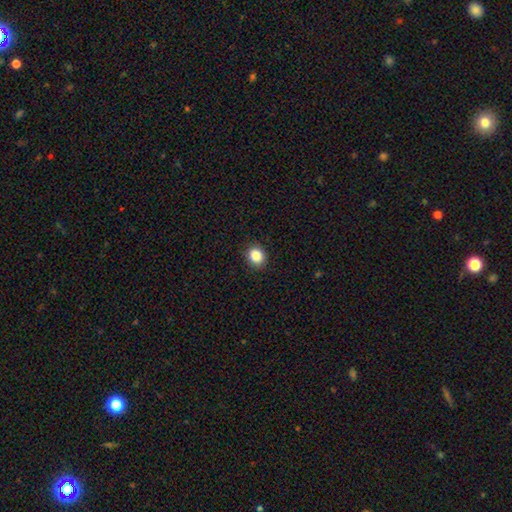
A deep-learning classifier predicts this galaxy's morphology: Smooth or featured? smooth (86%)
How rounded? round (73%)
Merging? none (90%)